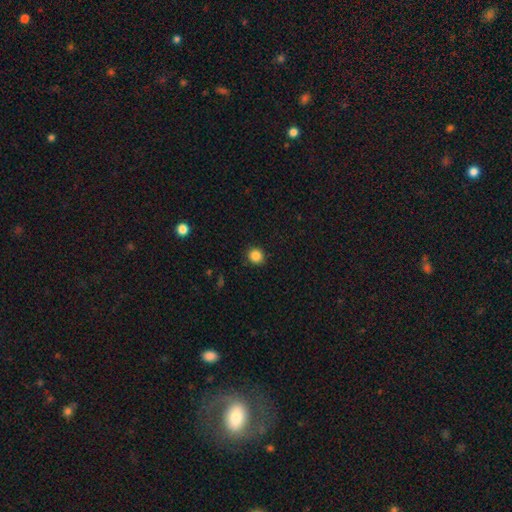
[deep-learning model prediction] smooth-or-featured: smooth: 85% | star or artifact: 11% | featured or disk: 4%
  how-rounded: round: 86% | in between: 13% | cigar-shaped: 1%
  merging: none: 89% | minor disturbance: 8% | major disturbance: 2% | merger: 1%